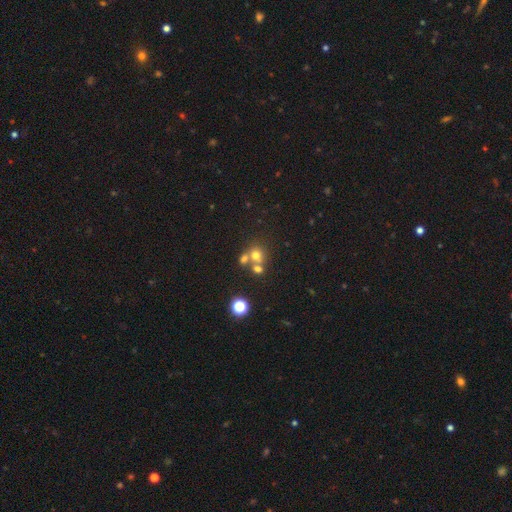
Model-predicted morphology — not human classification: Smooth or featured? smooth (65%)
How rounded? round (79%)
Merging? none (45%)